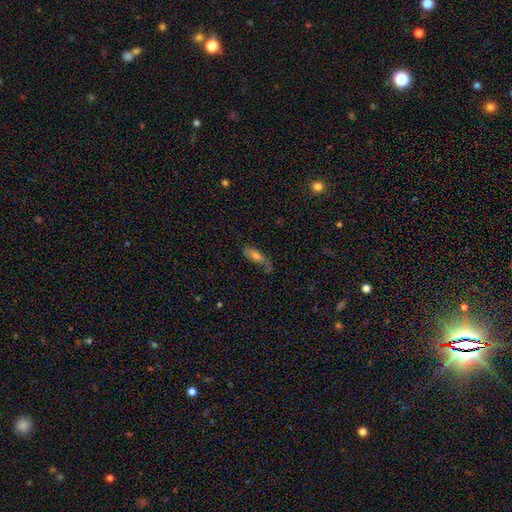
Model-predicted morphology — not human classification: Smooth or featured: smooth — 58% (featured or disk — 32%)
How rounded: in between — 57% (cigar-shaped — 39%)
Merging: none — 48% (minor disturbance — 28%)